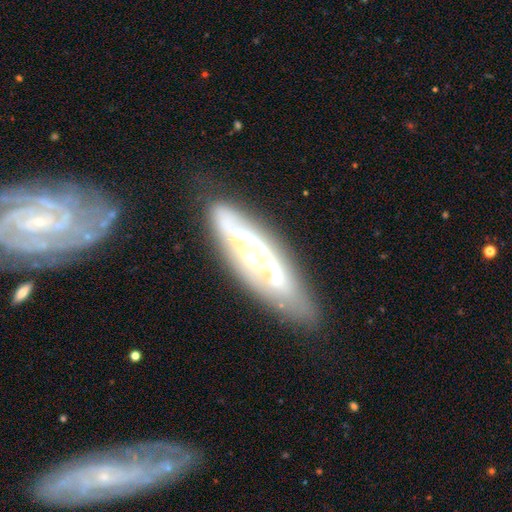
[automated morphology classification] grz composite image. It shows a featured or disk galaxy (78%). Merging: none (73%).